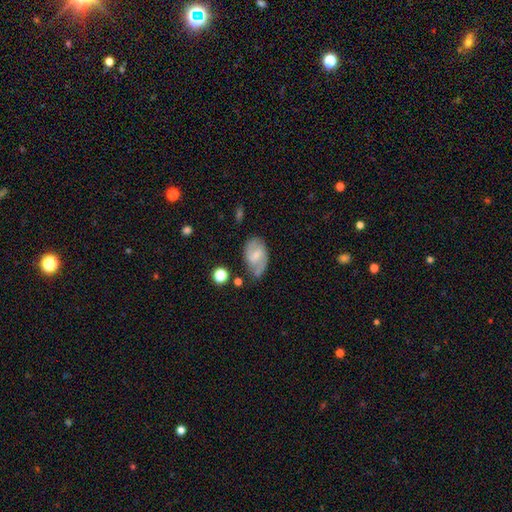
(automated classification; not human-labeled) Q: Smooth or featured?
A: featured or disk (61%); runner-up: smooth (32%)
Q: Edge-on disk?
A: no (96%); runner-up: yes (4%)
Q: Bar?
A: weak (56%); runner-up: no (25%)
Q: Spiral arms?
A: yes (87%); runner-up: no (13%)
Q: Spiral winding?
A: medium (49%); runner-up: loose (27%)
Q: Spiral arm count?
A: 2 (80%); runner-up: can't tell (11%)
Q: Bulge size?
A: small (50%); runner-up: moderate (32%)
Q: Merging?
A: none (60%); runner-up: minor disturbance (26%)